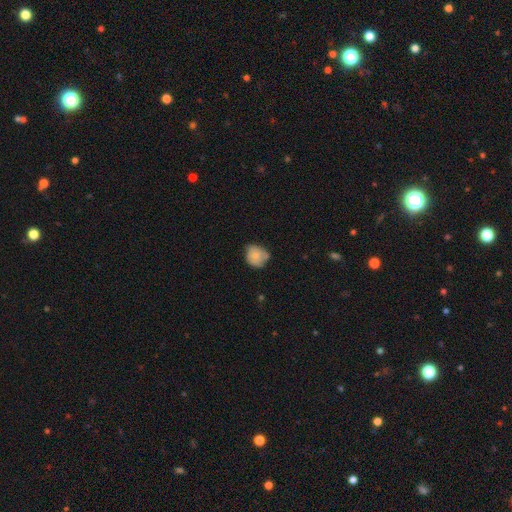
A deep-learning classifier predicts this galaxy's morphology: type=smooth (72%); roundness=round (71%); merging=none (51%).